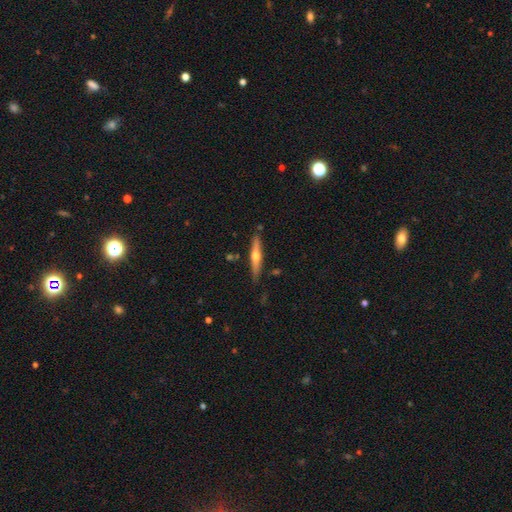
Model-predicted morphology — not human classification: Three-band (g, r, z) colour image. It shows a featured or disk galaxy (60%) viewed edge-on (96%) with a rounded central bulge (91%). Merging: none (84%).